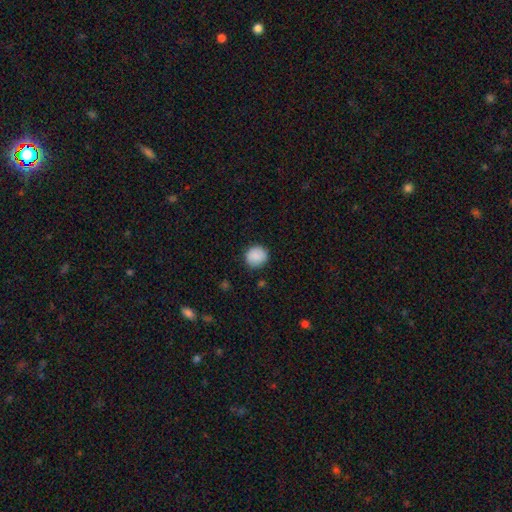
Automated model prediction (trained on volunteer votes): Overall: smooth (89%). How rounded: round (90%). Merging: none (87%).